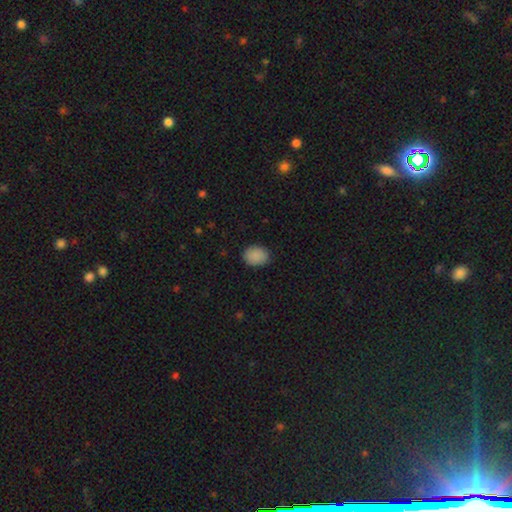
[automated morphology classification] The model was most divided on "how rounded": in between: 60%, round: 39%, cigar-shaped: 1%. More confident: smooth or featured — smooth (89%); merging — none (86%).